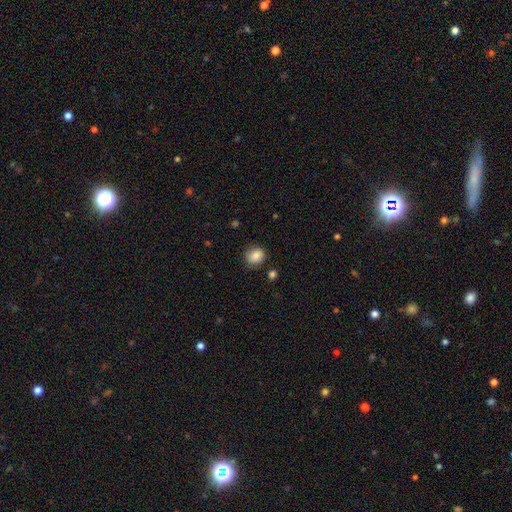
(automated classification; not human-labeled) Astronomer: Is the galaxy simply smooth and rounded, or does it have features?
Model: smooth — 82%.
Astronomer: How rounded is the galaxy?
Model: round — 77%.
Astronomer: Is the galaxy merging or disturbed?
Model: none — 80%.